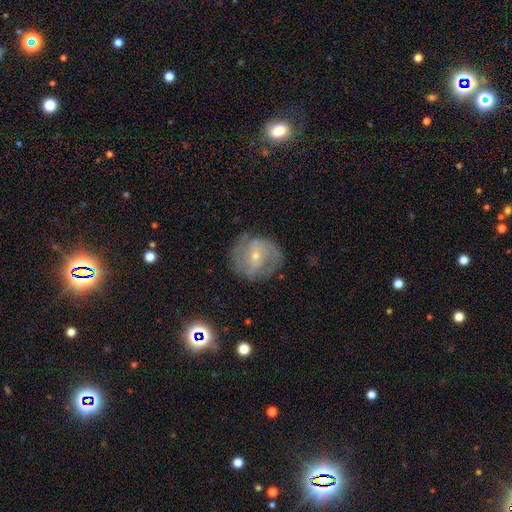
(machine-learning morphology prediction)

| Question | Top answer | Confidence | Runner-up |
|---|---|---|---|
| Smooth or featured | featured or disk | 72% | smooth (20%) |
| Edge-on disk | no | 97% | yes (3%) |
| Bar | no | 49% | weak (40%) |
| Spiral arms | yes | 86% | no (14%) |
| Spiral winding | medium | 43% | tight (38%) |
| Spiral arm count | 2 | 55% | can't tell (24%) |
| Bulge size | small | 64% | moderate (32%) |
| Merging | none | 72% | minor disturbance (18%) |